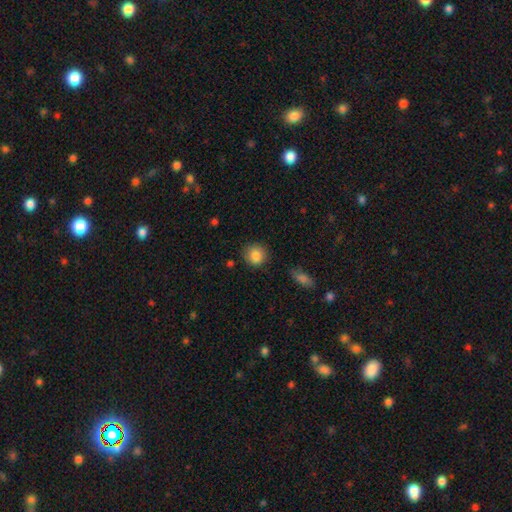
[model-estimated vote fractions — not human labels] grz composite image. It shows a smooth galaxy with no disk features (86%) that is round (87%). Merging: none (85%).